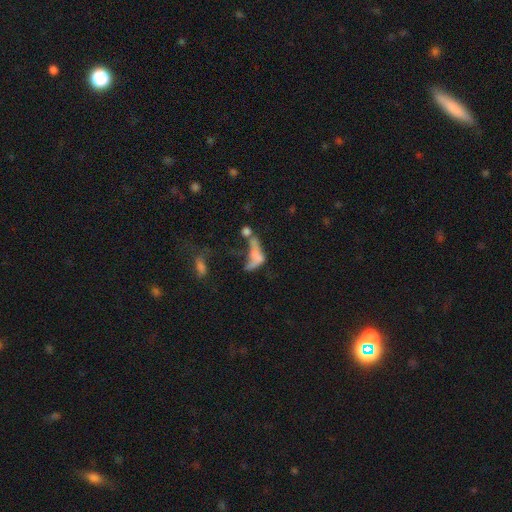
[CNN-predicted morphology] Smooth or featured? Predicted: smooth (p=0.47). Merging? Predicted: merger (p=0.46).